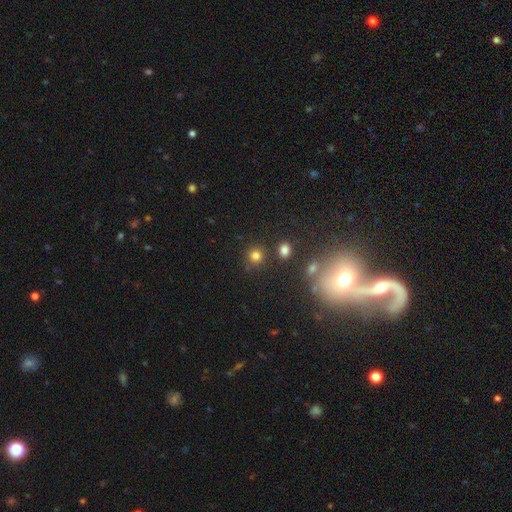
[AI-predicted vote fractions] smooth_or_featured: smooth (p=0.78) [alt: star or artifact p=0.16]
how_rounded: round (p=0.89) [alt: in between p=0.10]
merging: none (p=0.79) [alt: minor disturbance p=0.09]